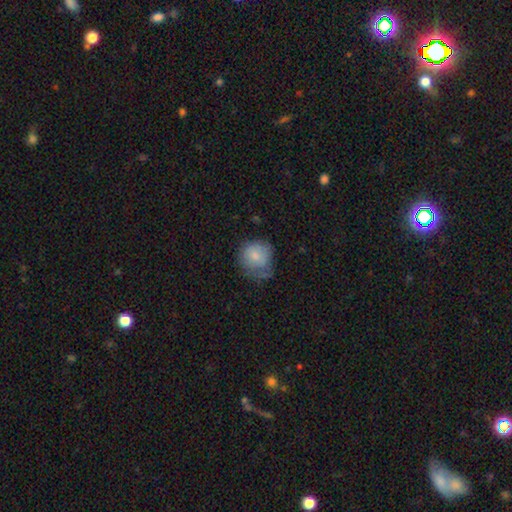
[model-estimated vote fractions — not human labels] smooth_or_featured: smooth (p=0.75) [alt: featured or disk p=0.17]
how_rounded: round (p=0.78) [alt: in between p=0.22]
merging: none (p=0.39) [alt: minor disturbance p=0.36]